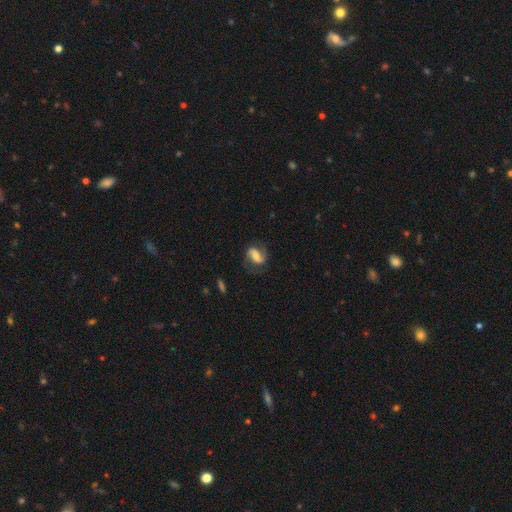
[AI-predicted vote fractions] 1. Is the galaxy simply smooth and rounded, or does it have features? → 62% featured or disk, 30% smooth, 8% star or artifact.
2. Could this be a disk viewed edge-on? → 96% no, 4% yes.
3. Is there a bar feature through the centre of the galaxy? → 37% weak (tied), 37% strong (tied), 26% no.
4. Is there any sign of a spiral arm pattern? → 91% yes, 9% no.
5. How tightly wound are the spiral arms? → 46% medium, 33% loose, 21% tight.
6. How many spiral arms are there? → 82% 2, 9% 1, 6% can't tell, 1% 3, 1% 4, 1% more than 4.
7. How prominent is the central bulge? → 35% moderate, 28% small, 19% large, 14% none, 4% dominant.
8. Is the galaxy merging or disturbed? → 66% none, 19% minor disturbance, 13% major disturbance, 2% merger.